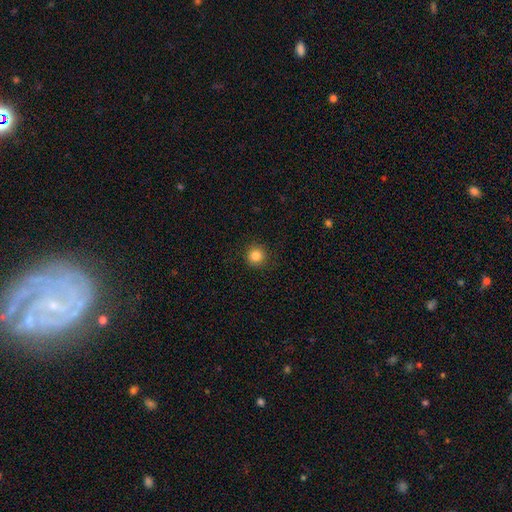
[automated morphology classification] Smooth or featured? Predicted: smooth (p=0.84). How rounded? Predicted: round (p=0.94). Merging? Predicted: none (p=0.90).